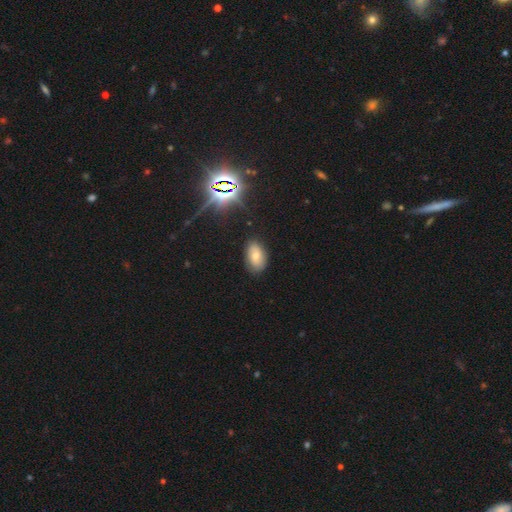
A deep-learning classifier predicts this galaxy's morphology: This is likely a smooth galaxy (68%). How rounded: clearly in between (92%). Merging: clearly none (82%).